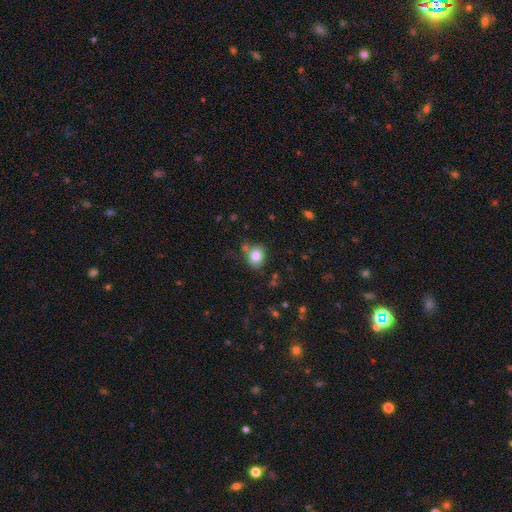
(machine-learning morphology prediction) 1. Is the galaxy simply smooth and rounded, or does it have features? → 83% smooth, 9% star or artifact, 8% featured or disk.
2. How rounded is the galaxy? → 50% round, 49% in between, 1% cigar-shaped.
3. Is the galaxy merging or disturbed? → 68% none, 18% minor disturbance, 9% merger, 5% major disturbance.